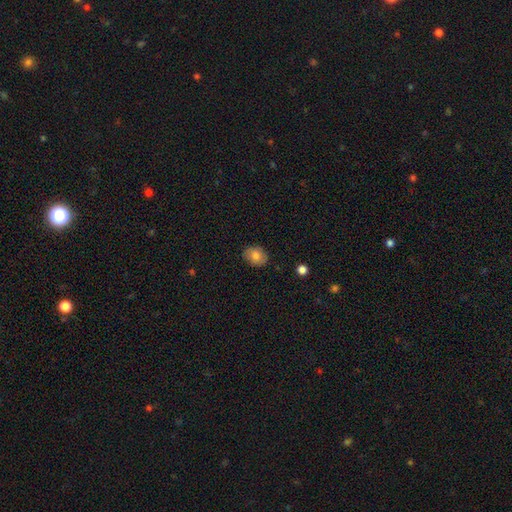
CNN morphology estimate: This is likely a smooth galaxy (78%). How rounded: possibly in between (56%). Merging: clearly none (85%).